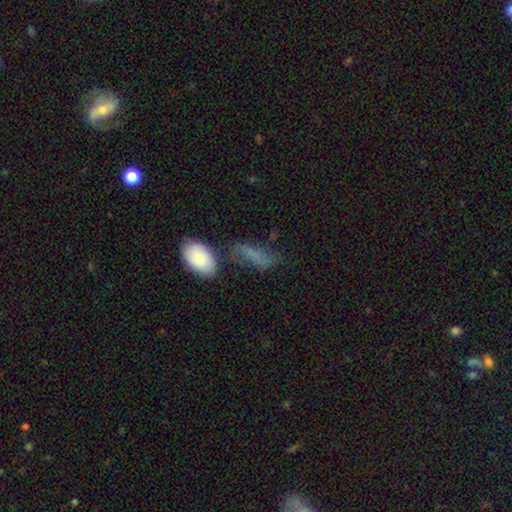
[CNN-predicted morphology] This is likely a smooth galaxy (70%). How rounded: likely in between (75%). Merging: possibly none (45%).